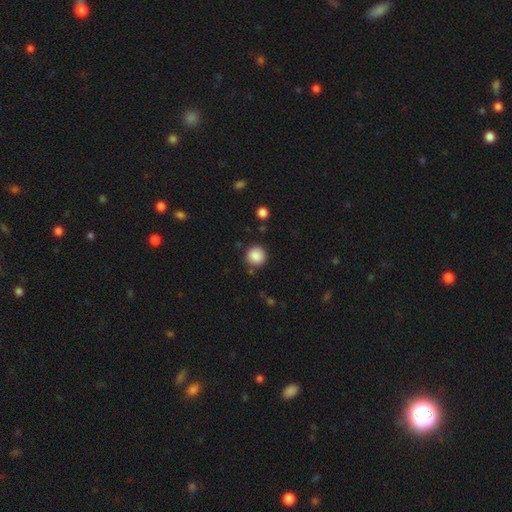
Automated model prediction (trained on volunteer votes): Smooth or featured?
  - smooth: 88% *
  - star or artifact: 9%
  - featured or disk: 3%
How rounded?
  - round: 93% *
  - in between: 6%
  - cigar-shaped: 1%
Merging?
  - none: 86% *
  - minor disturbance: 8%
  - merger: 3%
  - major disturbance: 3%